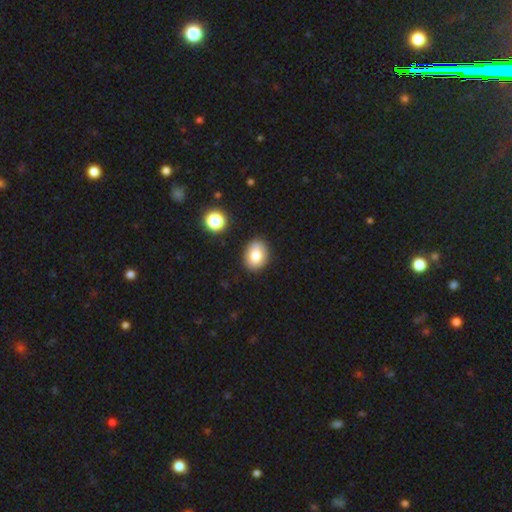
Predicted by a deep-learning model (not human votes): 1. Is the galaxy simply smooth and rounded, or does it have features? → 79% smooth, 12% featured or disk, 9% star or artifact.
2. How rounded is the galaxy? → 63% in between, 36% round, 1% cigar-shaped.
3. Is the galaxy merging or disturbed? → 86% none, 10% minor disturbance, 2% major disturbance, 2% merger.